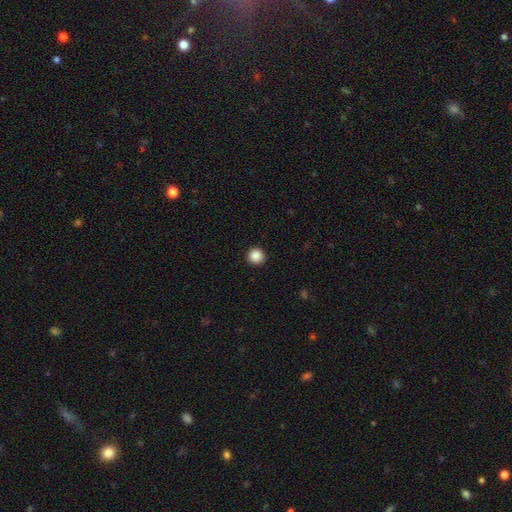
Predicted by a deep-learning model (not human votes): smooth-or-featured: smooth: 88% | star or artifact: 10% | featured or disk: 2%
  how-rounded: round: 95% | in between: 4% | cigar-shaped: 1%
  merging: none: 93% | minor disturbance: 4% | major disturbance: 2% | merger: 1%